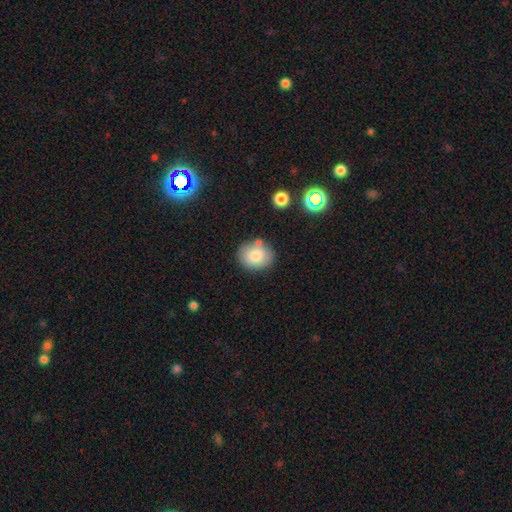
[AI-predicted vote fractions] smooth_or_featured: smooth (p=0.81) [alt: featured or disk p=0.11]
how_rounded: round (p=0.60) [alt: in between p=0.39]
merging: none (p=0.75) [alt: minor disturbance p=0.14]